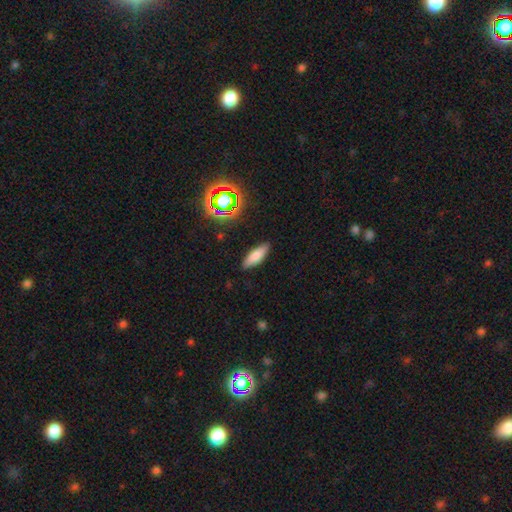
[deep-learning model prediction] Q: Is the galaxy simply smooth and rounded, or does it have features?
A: smooth — 74%.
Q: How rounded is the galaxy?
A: in between — 57%.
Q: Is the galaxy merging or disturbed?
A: none — 86%.